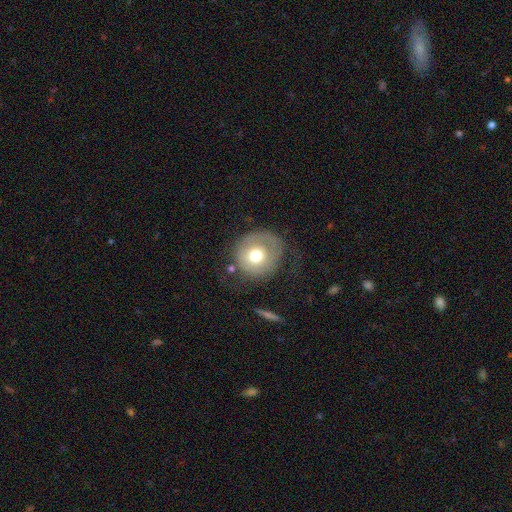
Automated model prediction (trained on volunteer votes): The model was most divided on "smooth or featured": smooth: 60%, featured or disk: 32%, star or artifact: 8%. More confident: how rounded — round (88%); merging — none (56%).